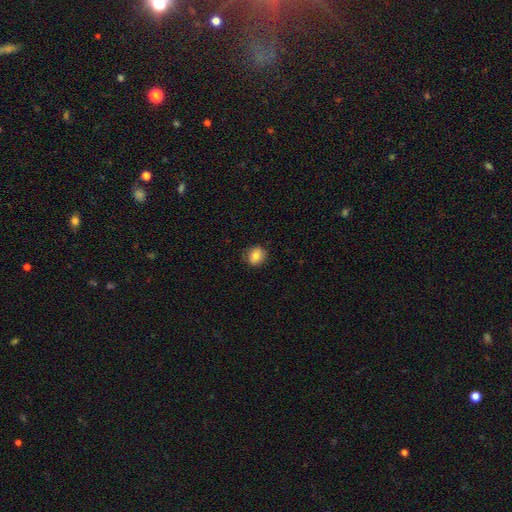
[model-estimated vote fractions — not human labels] smooth 81%, star or artifact 10%, featured or disk 9%. Down the decision tree: how rounded — round (77%); merging — none (85%).